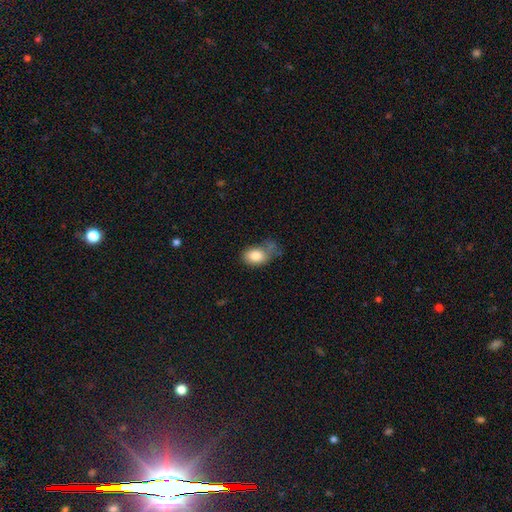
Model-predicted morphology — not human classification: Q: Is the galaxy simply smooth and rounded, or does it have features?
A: smooth — 82%.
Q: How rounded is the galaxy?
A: in between — 84%.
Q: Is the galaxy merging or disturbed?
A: none — 40%.